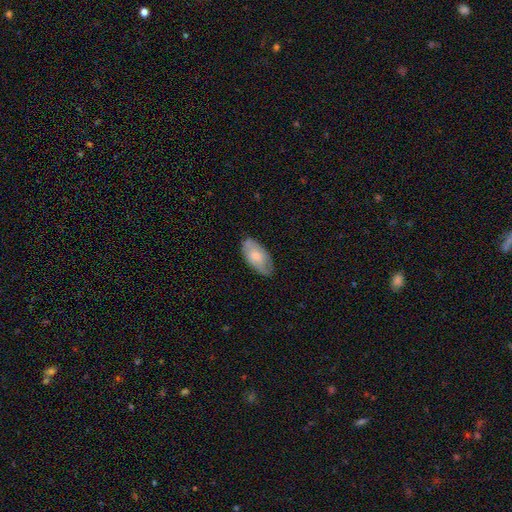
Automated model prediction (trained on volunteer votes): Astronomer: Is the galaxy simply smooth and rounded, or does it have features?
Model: smooth — 63%.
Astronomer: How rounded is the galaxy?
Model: in between — 94%.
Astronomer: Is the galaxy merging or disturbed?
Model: none — 74%.